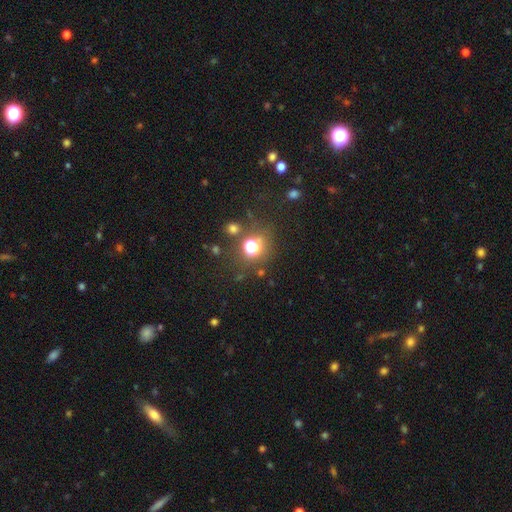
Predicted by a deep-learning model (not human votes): Smooth or featured? smooth (57%)
How rounded? round (85%)
Merging? none (74%)